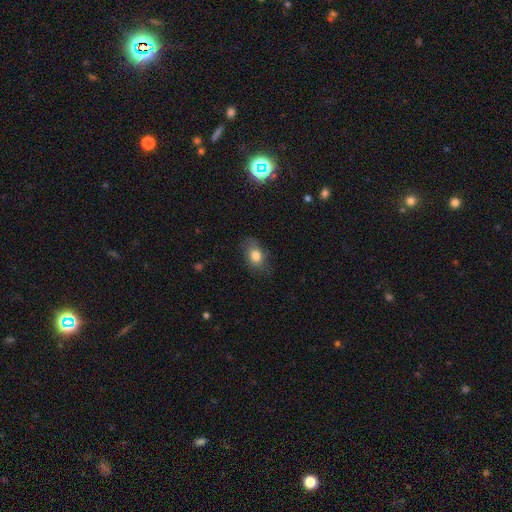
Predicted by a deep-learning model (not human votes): Q: Smooth or featured?
A: smooth (78%); runner-up: featured or disk (13%)
Q: How rounded?
A: in between (79%); runner-up: round (19%)
Q: Merging?
A: none (73%); runner-up: minor disturbance (20%)